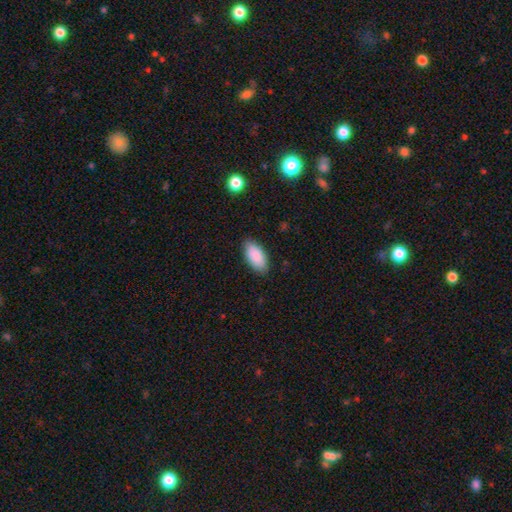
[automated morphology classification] Q: Smooth or featured?
A: smooth (90%); runner-up: star or artifact (6%)
Q: How rounded?
A: in between (93%); runner-up: cigar-shaped (5%)
Q: Merging?
A: none (86%); runner-up: minor disturbance (11%)